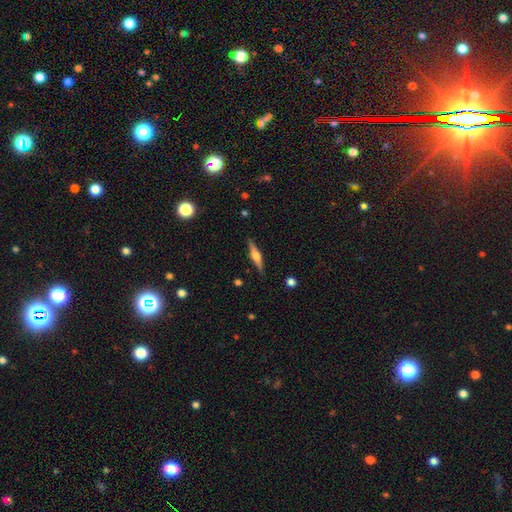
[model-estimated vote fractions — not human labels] This appears to be a featured or disk galaxy (69%) viewed edge-on (97%) with a rounded central bulge (90%). Merging: none (89%).